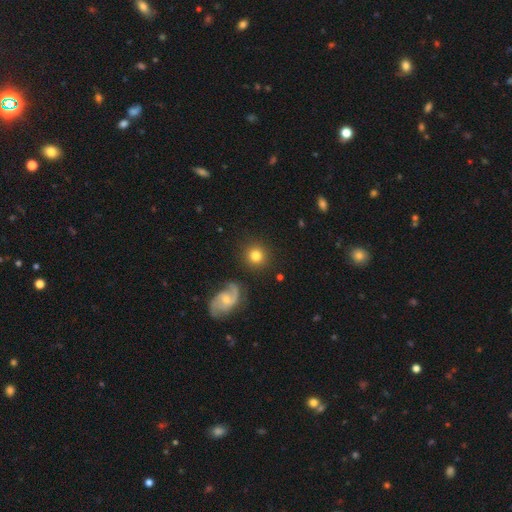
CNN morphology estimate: type=smooth (75%); roundness=round (93%); merging=none (85%).